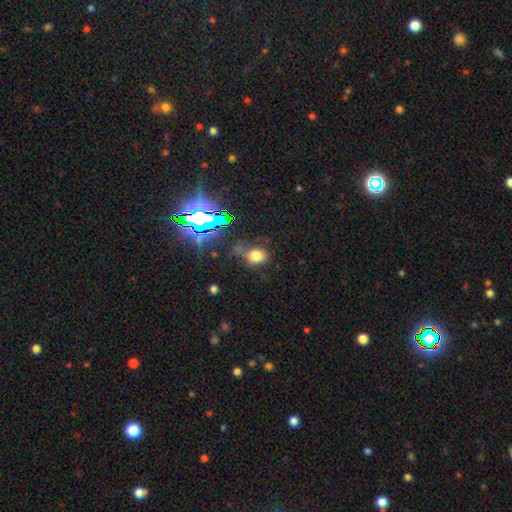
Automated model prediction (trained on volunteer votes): Morphology: type=smooth (70%); roundness=round (52%); merging=none (65%).